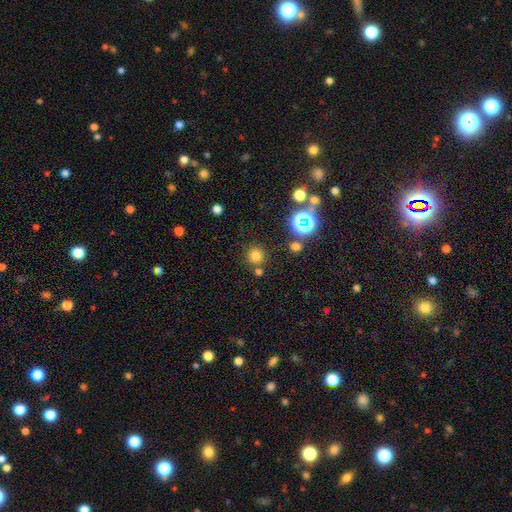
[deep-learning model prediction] Overall: smooth (71%). How rounded: round (93%). Merging: none (78%).